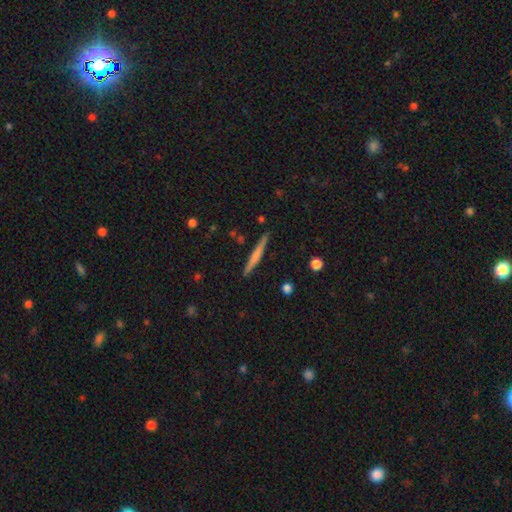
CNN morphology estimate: smooth-or-featured: smooth: 49% | featured or disk: 46% | star or artifact: 6%
  merging: none: 90% | minor disturbance: 7% | merger: 1% | major disturbance: 1%